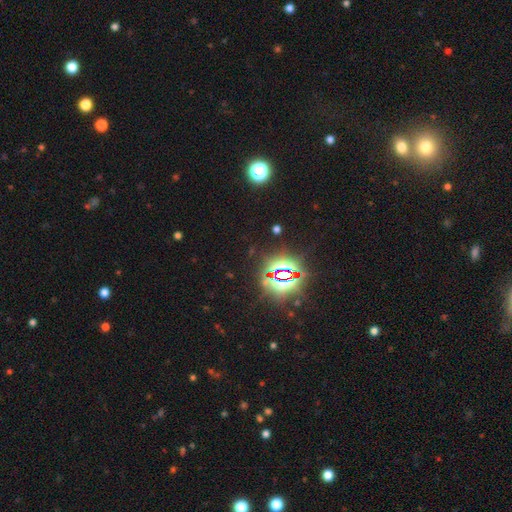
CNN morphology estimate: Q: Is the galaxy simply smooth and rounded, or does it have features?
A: star or artifact — 82%.